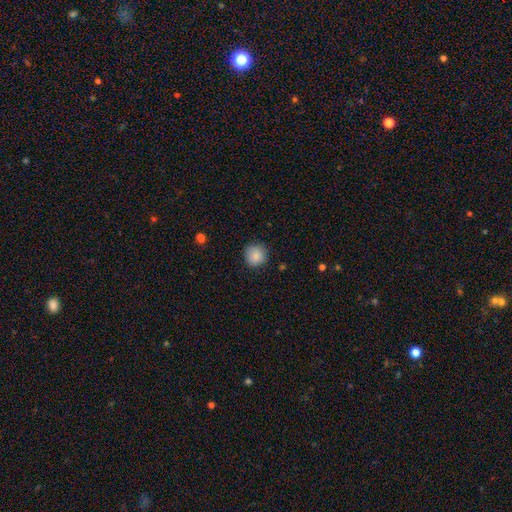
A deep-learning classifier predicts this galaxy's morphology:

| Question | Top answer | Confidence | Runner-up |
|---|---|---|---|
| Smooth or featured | smooth | 86% | star or artifact (9%) |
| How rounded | round | 92% | in between (7%) |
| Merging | none | 85% | minor disturbance (11%) |